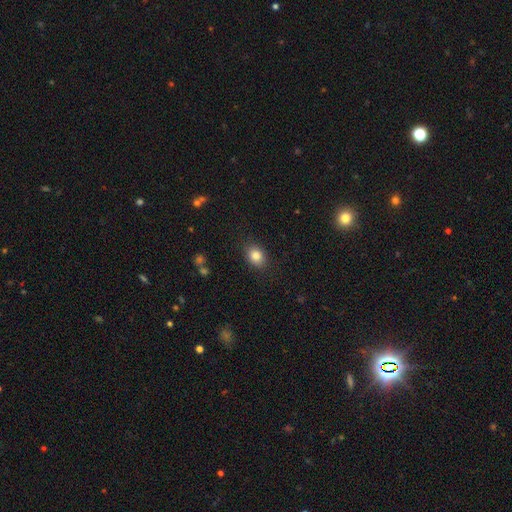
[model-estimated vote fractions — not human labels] A smooth galaxy with no disk features (84%) that is in between round and cigar-shaped (56%). Merging: none (86%).